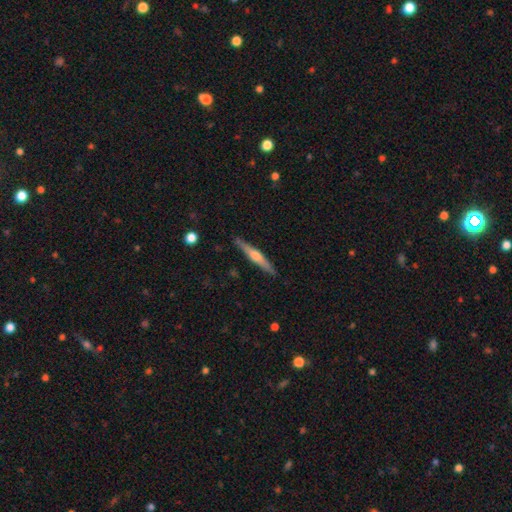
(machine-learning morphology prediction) Q: Smooth or featured?
A: featured or disk (61%); runner-up: smooth (33%)
Q: Edge-on disk?
A: yes (97%); runner-up: no (3%)
Q: Edge-on bulge?
A: rounded (85%); runner-up: none (8%)
Q: Merging?
A: none (89%); runner-up: minor disturbance (8%)